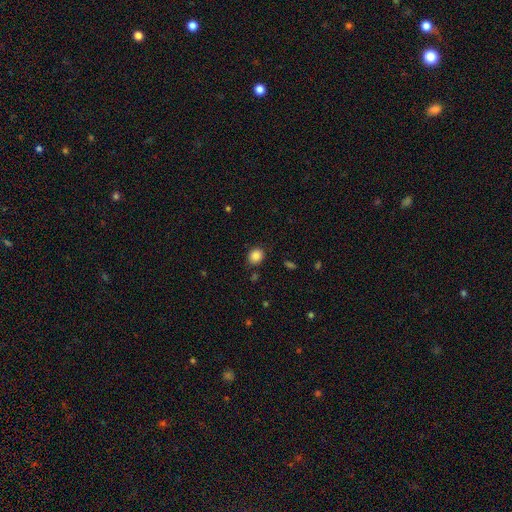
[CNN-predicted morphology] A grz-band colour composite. It shows a smooth galaxy with no disk features (85%) that is round (71%). Merging: none (86%).